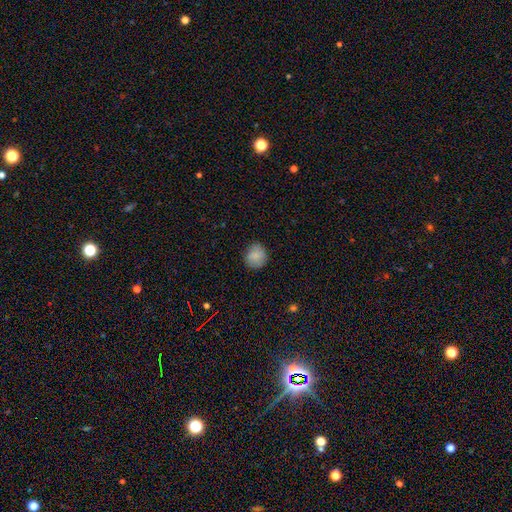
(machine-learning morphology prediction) This appears to be a smooth galaxy with no disk features (84%) that is round (86%). Merging: none (84%).